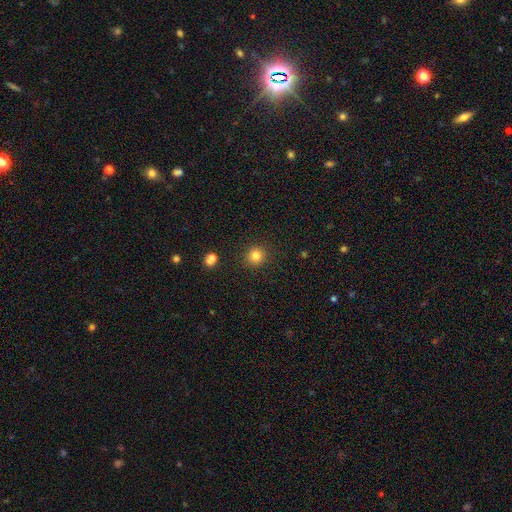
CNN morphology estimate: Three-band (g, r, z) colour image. It shows a smooth galaxy with no disk features (83%) that is round (89%). Merging: none (90%).